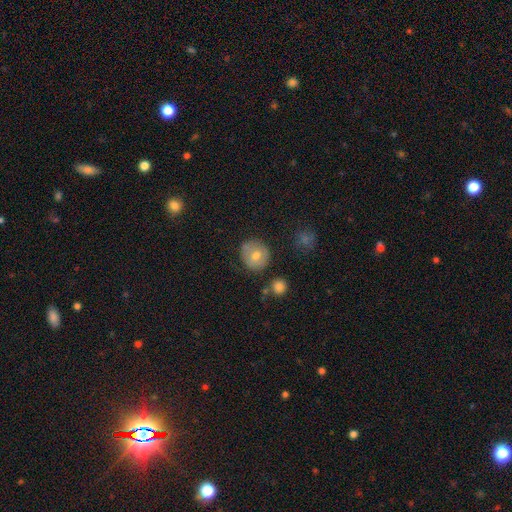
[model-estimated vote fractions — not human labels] Smooth or featured?
  - smooth: 68% *
  - featured or disk: 22%
  - star or artifact: 10%
How rounded?
  - round: 89% *
  - in between: 10%
  - cigar-shaped: 1%
Merging?
  - none: 80% *
  - minor disturbance: 13%
  - merger: 4%
  - major disturbance: 3%